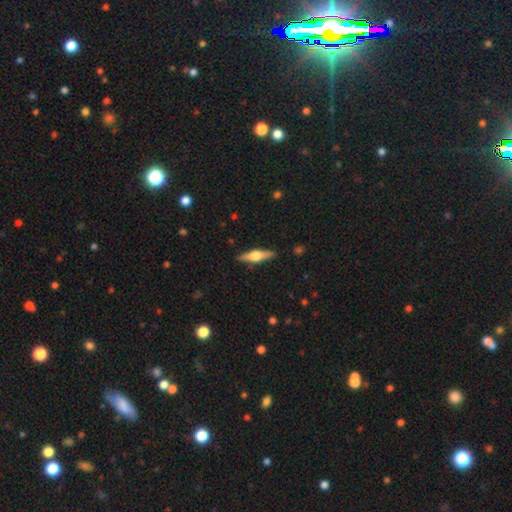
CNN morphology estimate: Smooth or featured? Predicted: featured or disk (p=0.64). Edge-on disk? Predicted: yes (p=0.97). Edge-on bulge? Predicted: rounded (p=0.92). Merging? Predicted: none (p=0.90).